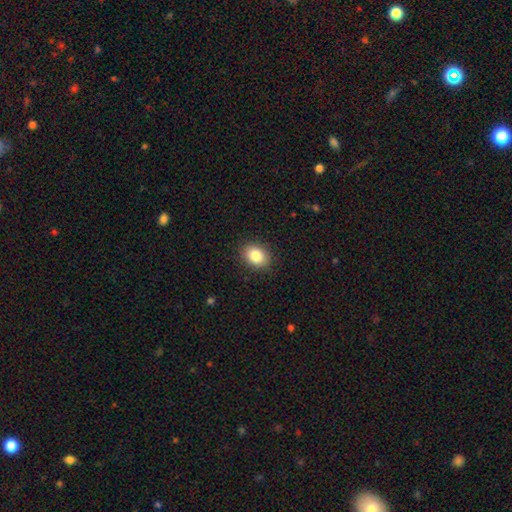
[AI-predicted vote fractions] Smooth or featured? Predicted: smooth (p=0.85). How rounded? Predicted: in between (p=0.64). Merging? Predicted: none (p=0.88).